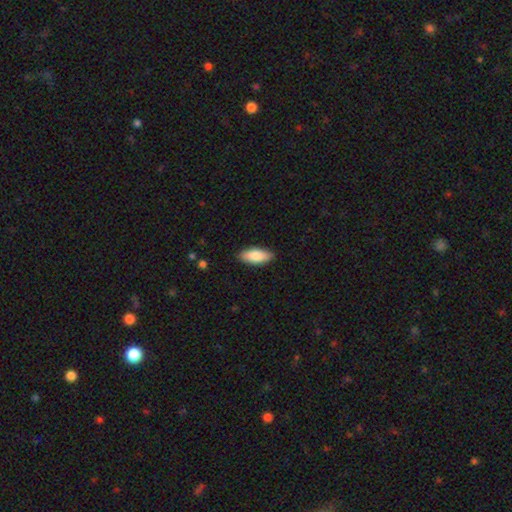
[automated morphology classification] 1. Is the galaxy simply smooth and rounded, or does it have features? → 83% smooth, 11% featured or disk, 5% star or artifact.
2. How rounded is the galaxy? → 82% in between, 16% cigar-shaped, 2% round.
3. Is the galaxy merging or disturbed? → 89% none, 9% minor disturbance, 2% major disturbance, 1% merger.